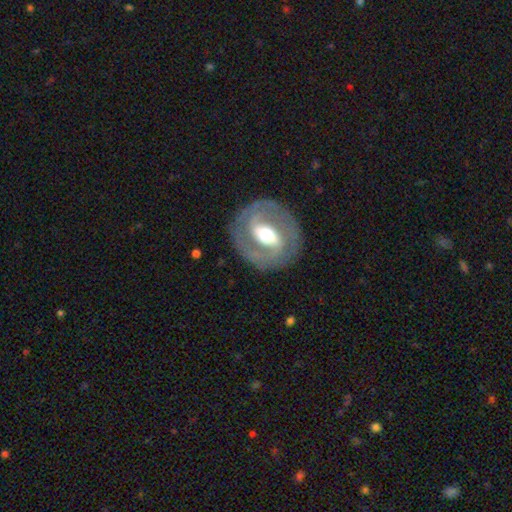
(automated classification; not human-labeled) smooth-or-featured: featured or disk: 80% | smooth: 14% | star or artifact: 5%
  disk-edge-on: no: 96% | yes: 4%
    bar: strong: 45% | weak: 39% | no: 16%
    has-spiral-arms: yes: 79% | no: 21%
      spiral-winding: tight: 53% | medium: 36% | loose: 11%
      spiral-arm-count: 2: 83% | can't tell: 9% | 1: 4% | 3: 3% | 4: 1% | more than 4: 1%
    bulge-size: moderate: 68% | large: 17% | small: 13% | dominant: 1% | none: 1%
  merging: none: 83% | minor disturbance: 11% | major disturbance: 5% | merger: 1%